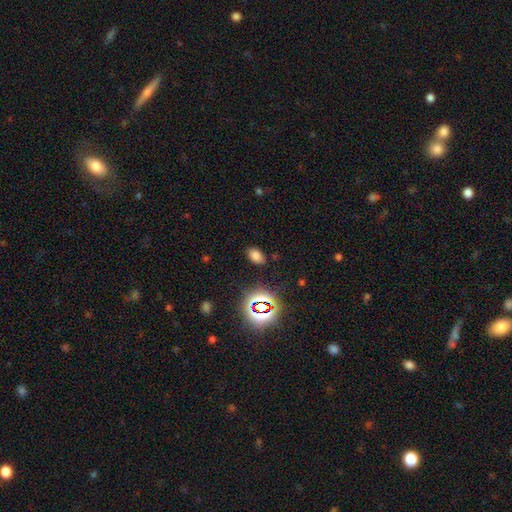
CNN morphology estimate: Overall: smooth (69%). How rounded: in between (88%). Merging: none (84%).